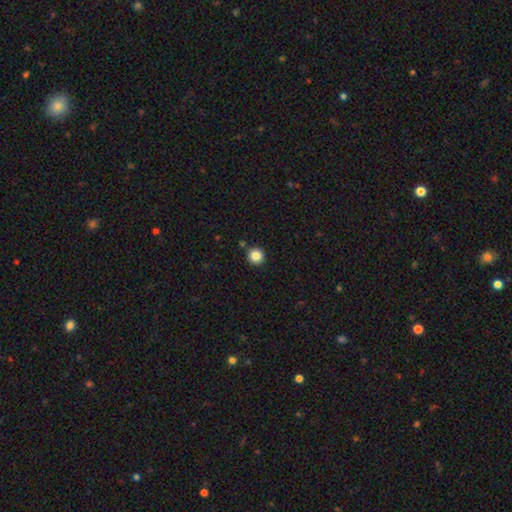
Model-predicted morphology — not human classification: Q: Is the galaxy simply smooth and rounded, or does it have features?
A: smooth — 85%.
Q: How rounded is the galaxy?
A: round — 96%.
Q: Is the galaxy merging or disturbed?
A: none — 90%.